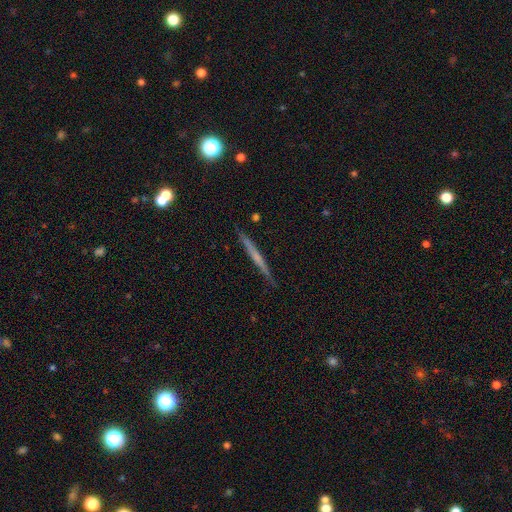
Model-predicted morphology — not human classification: Smooth or featured: featured or disk — 54% (smooth — 39%)
Edge-on disk: yes — 97% (no — 3%)
Edge-on bulge: none — 79% (rounded — 15%)
Merging: none — 89% (minor disturbance — 8%)